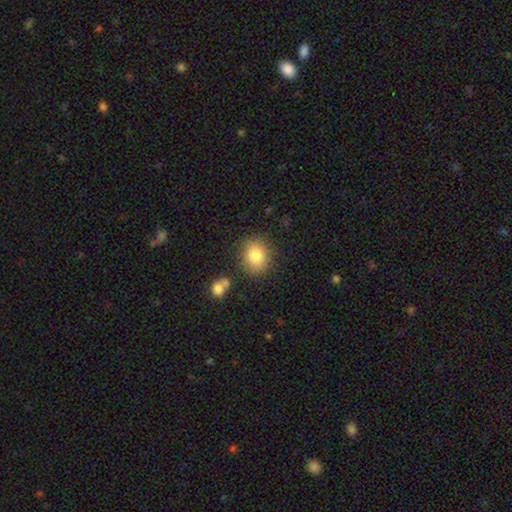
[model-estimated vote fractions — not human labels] Smooth or featured?
  - smooth: 81% *
  - star or artifact: 10%
  - featured or disk: 9%
How rounded?
  - round: 69% *
  - in between: 30%
  - cigar-shaped: 1%
Merging?
  - none: 82% *
  - minor disturbance: 11%
  - merger: 4%
  - major disturbance: 3%